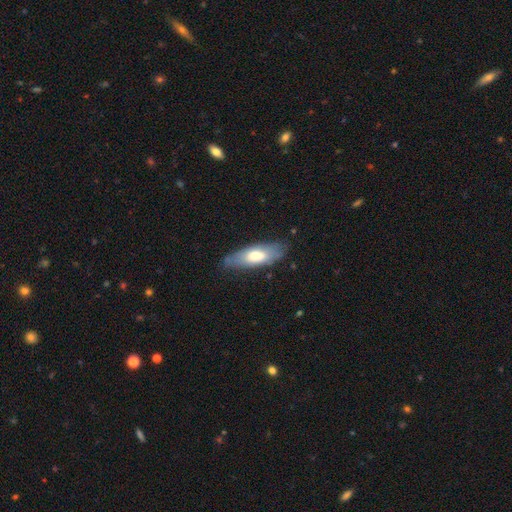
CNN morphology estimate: type=smooth (62%); roundness=in between (63%); merging=none (71%).